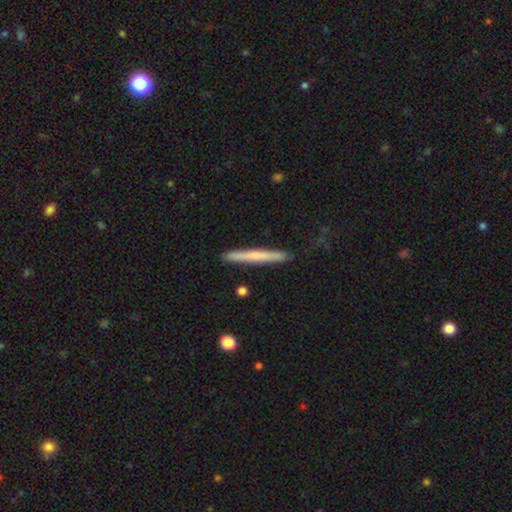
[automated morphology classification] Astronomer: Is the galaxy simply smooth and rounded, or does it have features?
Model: smooth — 61%.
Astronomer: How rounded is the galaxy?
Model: cigar-shaped — 97%.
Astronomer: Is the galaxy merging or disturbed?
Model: none — 90%.